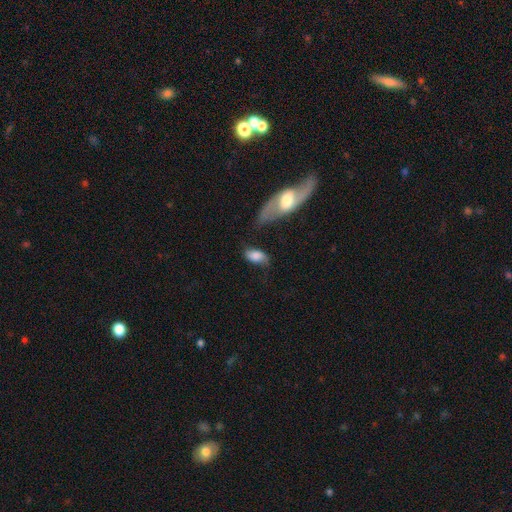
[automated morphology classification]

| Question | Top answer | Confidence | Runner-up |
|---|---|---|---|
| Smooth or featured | smooth | 72% | featured or disk (20%) |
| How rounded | in between | 91% | round (5%) |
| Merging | none | 51% | minor disturbance (27%) |